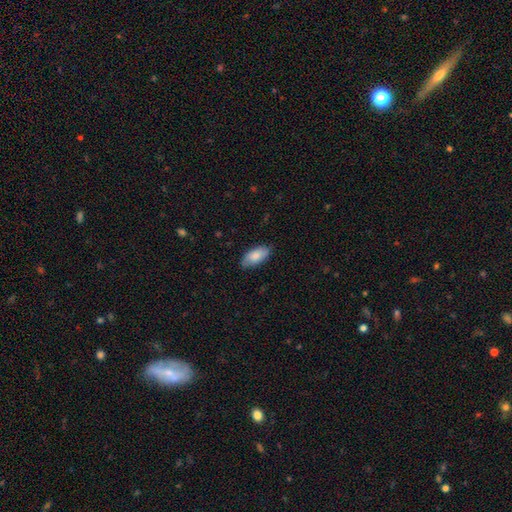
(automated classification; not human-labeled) Q: Smooth or featured?
A: smooth (82%); runner-up: featured or disk (12%)
Q: How rounded?
A: in between (92%); runner-up: cigar-shaped (6%)
Q: Merging?
A: none (80%); runner-up: minor disturbance (16%)